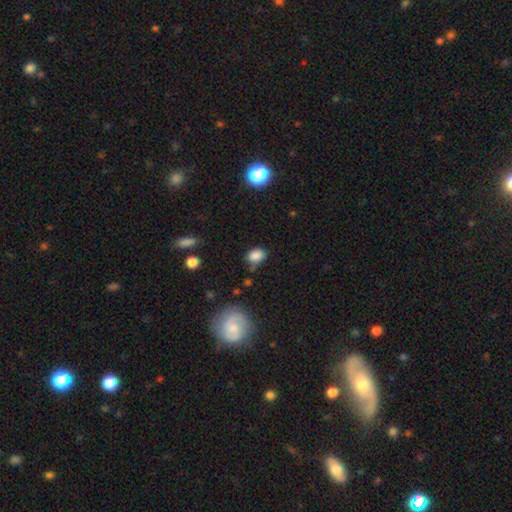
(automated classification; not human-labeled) This is clearly a smooth galaxy (84%). How rounded: likely in between (67%). Merging: likely none (69%).